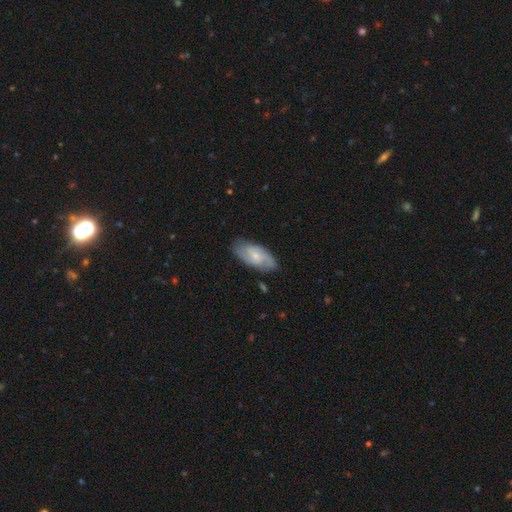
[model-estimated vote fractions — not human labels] Smooth or featured?
  - featured or disk: 61% *
  - smooth: 33%
  - star or artifact: 6%
Edge-on disk?
  - no: 92% *
  - yes: 8%
Bar?
  - no: 56% *
  - weak: 37%
  - strong: 7%
Spiral arms?
  - yes: 87% *
  - no: 13%
Bulge size?
  - small: 63% *
  - moderate: 31%
  - none: 3%
  - large: 1%
  - dominant: 1%
Merging?
  - none: 75% *
  - minor disturbance: 19%
  - major disturbance: 4%
  - merger: 1%